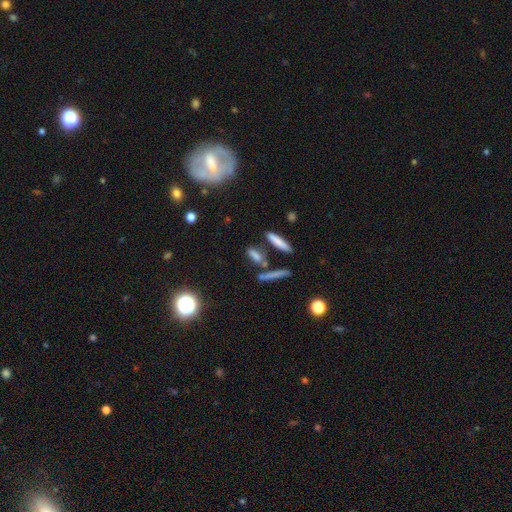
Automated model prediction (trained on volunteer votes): Smooth or featured?
  - smooth: 68% *
  - featured or disk: 18%
  - star or artifact: 14%
How rounded?
  - cigar-shaped: 53% *
  - in between: 39%
  - round: 8%
Merging?
  - none: 65% *
  - merger: 16%
  - minor disturbance: 13%
  - major disturbance: 6%